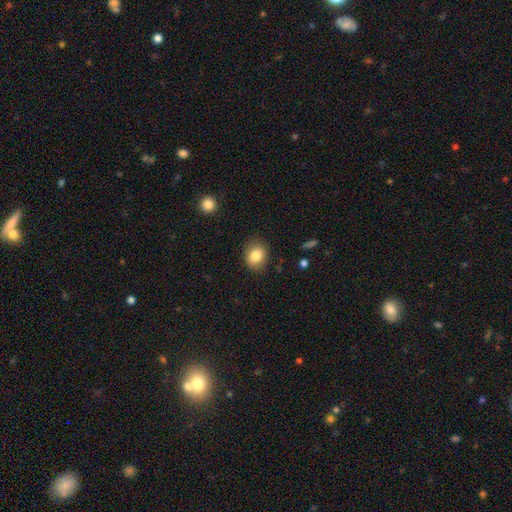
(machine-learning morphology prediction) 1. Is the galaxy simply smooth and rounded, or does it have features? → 84% smooth, 9% star or artifact, 7% featured or disk.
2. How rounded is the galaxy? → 54% round, 45% in between, 1% cigar-shaped.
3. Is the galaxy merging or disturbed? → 85% none, 11% minor disturbance, 3% major disturbance, 1% merger.